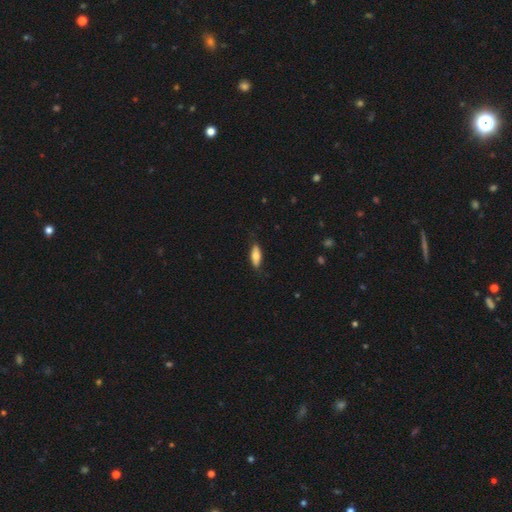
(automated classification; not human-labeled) smooth 73%, featured or disk 21%, star or artifact 6%. Down the decision tree: how rounded — in between (69%); merging — none (81%).